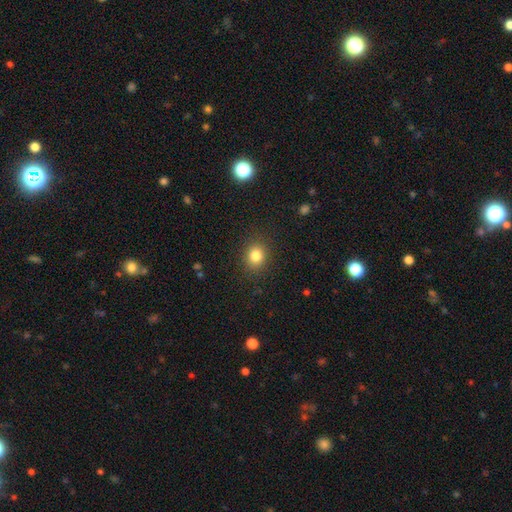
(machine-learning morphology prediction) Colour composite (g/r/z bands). It shows a smooth galaxy with no disk features (82%) that is round (72%). Merging: none (88%).